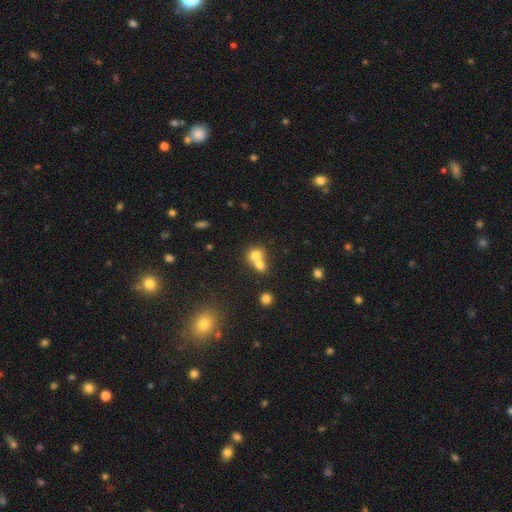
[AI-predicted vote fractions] smooth 71%, featured or disk 17%, star or artifact 12%. Down the decision tree: how rounded — round (64%); merging — merger (69%).